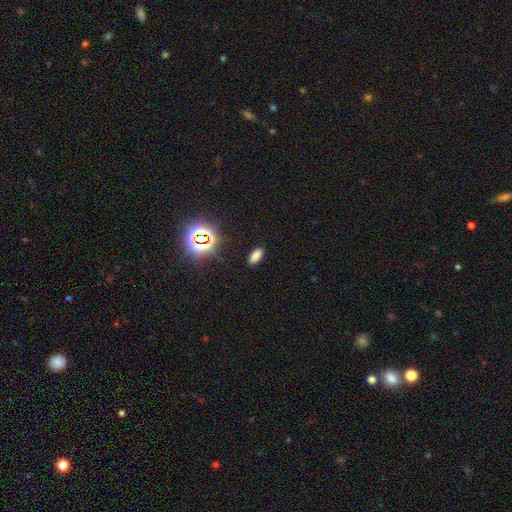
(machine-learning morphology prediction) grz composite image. It shows a smooth galaxy with no disk features (73%) that is in between round and cigar-shaped (82%). Merging: none (88%).